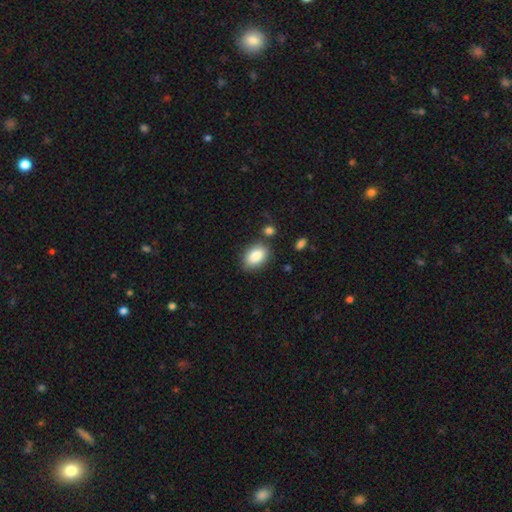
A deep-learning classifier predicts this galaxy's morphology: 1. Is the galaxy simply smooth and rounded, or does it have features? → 87% smooth, 7% star or artifact, 6% featured or disk.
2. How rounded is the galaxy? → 85% in between, 14% round, 1% cigar-shaped.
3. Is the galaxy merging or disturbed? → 79% none, 13% minor disturbance, 5% merger, 3% major disturbance.